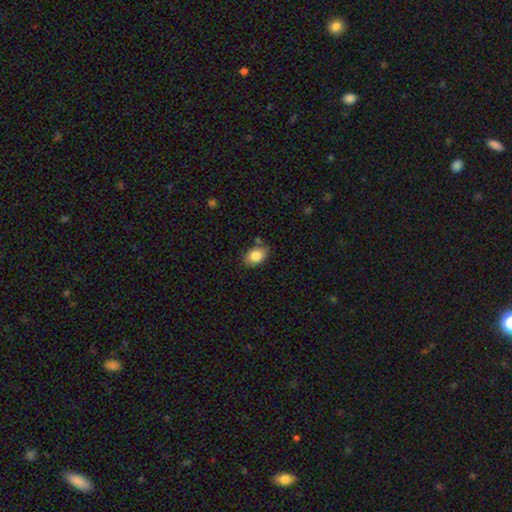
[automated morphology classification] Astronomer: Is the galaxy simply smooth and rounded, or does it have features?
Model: smooth — 84%.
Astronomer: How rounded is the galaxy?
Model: in between — 80%.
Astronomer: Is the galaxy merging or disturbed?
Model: none — 80%.